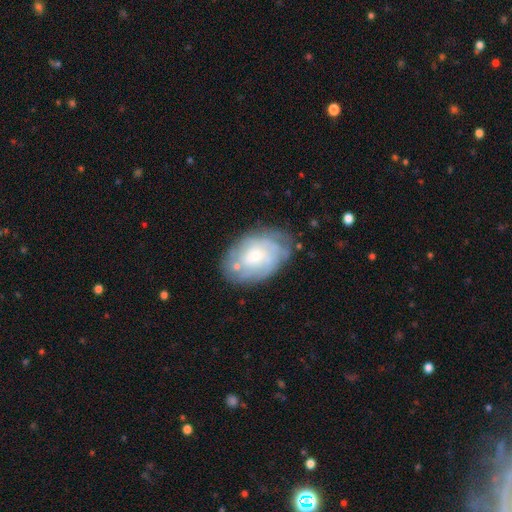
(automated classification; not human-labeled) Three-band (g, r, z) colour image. It shows a featured or disk galaxy (62%) with no bar (76%), spiral arms (76%) and a small central bulge (63%). Merging: none (66%).